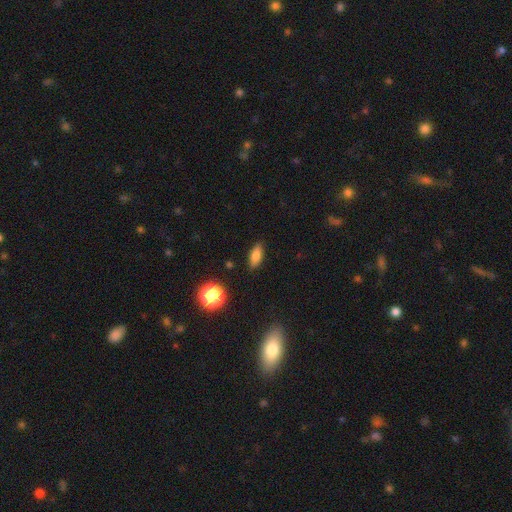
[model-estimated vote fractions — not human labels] This is likely a smooth galaxy (79%). How rounded: likely in between (75%). Merging: clearly none (86%).